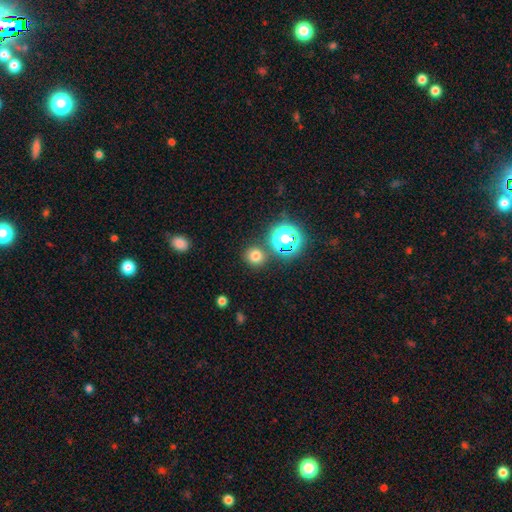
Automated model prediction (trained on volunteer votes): smooth-or-featured: smooth: 72% | star or artifact: 22% | featured or disk: 6%
  how-rounded: round: 90% | in between: 9% | cigar-shaped: 1%
  merging: none: 82% | minor disturbance: 7% | merger: 7% | major disturbance: 3%